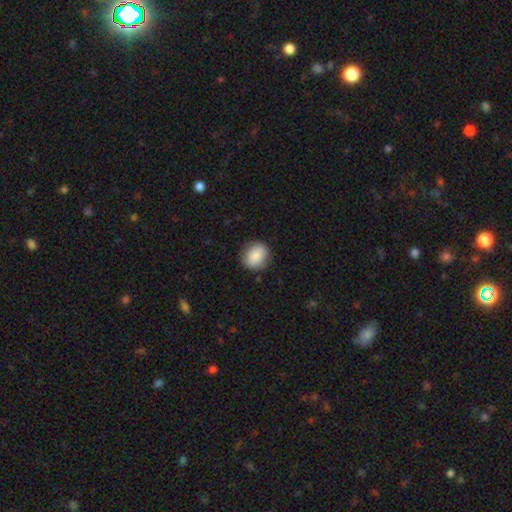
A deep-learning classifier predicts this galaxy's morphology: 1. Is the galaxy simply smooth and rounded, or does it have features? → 85% smooth, 7% star or artifact, 7% featured or disk.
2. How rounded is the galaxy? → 70% round, 29% in between, 1% cigar-shaped.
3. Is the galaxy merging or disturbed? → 85% none, 11% minor disturbance, 3% major disturbance, 1% merger.